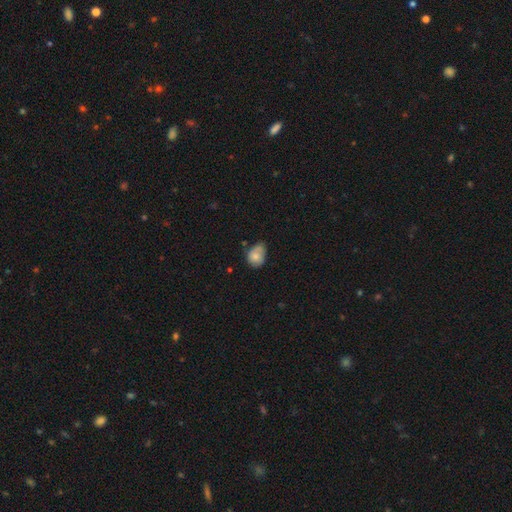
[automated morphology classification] Q: Smooth or featured?
A: smooth (73%); runner-up: featured or disk (19%)
Q: How rounded?
A: in between (60%); runner-up: round (39%)
Q: Merging?
A: minor disturbance (45%); runner-up: none (40%)